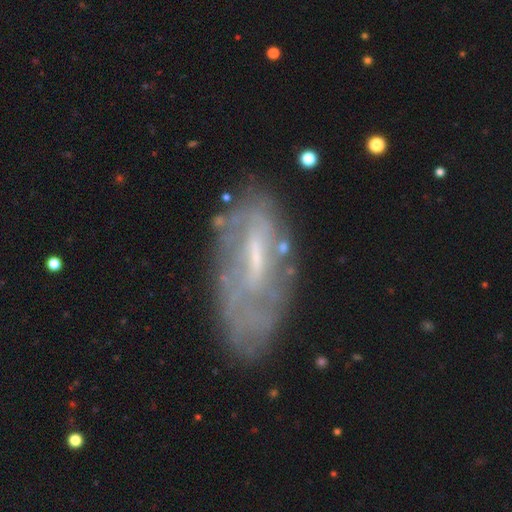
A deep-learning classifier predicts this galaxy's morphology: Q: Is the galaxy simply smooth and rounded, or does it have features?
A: featured or disk — 67%.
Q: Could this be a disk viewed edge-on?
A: no — 87%.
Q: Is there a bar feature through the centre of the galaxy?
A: weak — 44%.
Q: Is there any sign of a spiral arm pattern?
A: yes — 51%.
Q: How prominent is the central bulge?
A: small — 48%.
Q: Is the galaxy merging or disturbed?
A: none — 62%.